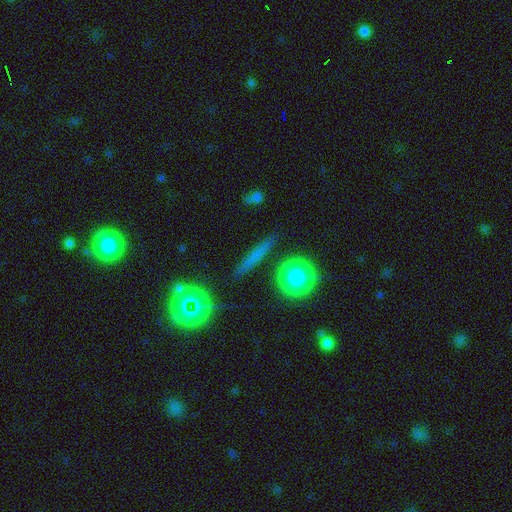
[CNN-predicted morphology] Smooth or featured? smooth (50%)
How rounded? cigar-shaped (73%)
Merging? none (88%)